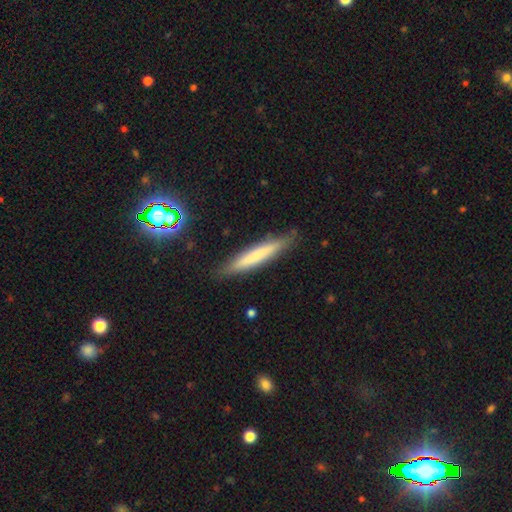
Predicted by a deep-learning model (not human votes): Smooth or featured?
  - smooth: 65% *
  - featured or disk: 28%
  - star or artifact: 8%
How rounded?
  - cigar-shaped: 93% *
  - in between: 6%
  - round: 1%
Merging?
  - none: 87% *
  - minor disturbance: 10%
  - major disturbance: 2%
  - merger: 1%